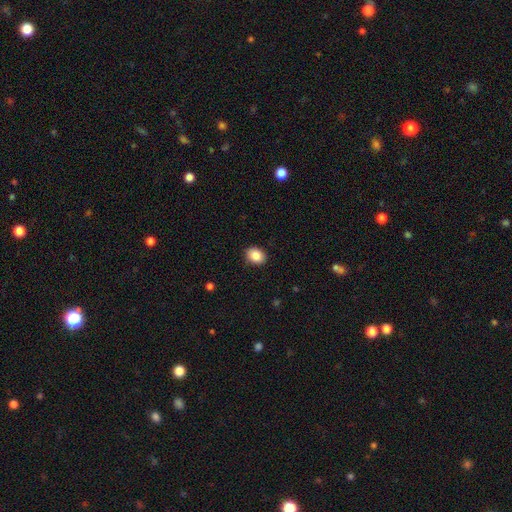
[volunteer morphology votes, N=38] Overall: smooth (87%). How rounded: in between (55%; round 45%). Merging: none (86%).